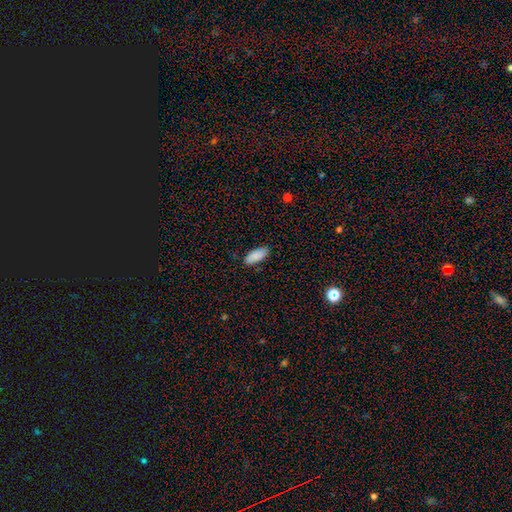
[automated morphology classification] smooth 89%, star or artifact 6%, featured or disk 5%. Down the decision tree: how rounded — in between (86%); merging — none (83%).